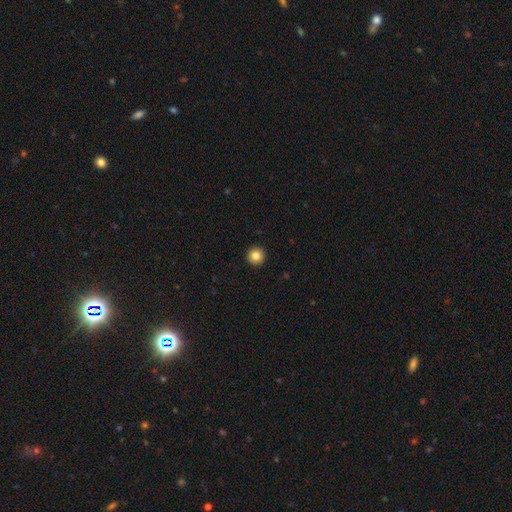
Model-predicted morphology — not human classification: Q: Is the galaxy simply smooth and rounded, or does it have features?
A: smooth — 84%.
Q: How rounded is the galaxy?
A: round — 96%.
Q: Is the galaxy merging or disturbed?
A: none — 94%.